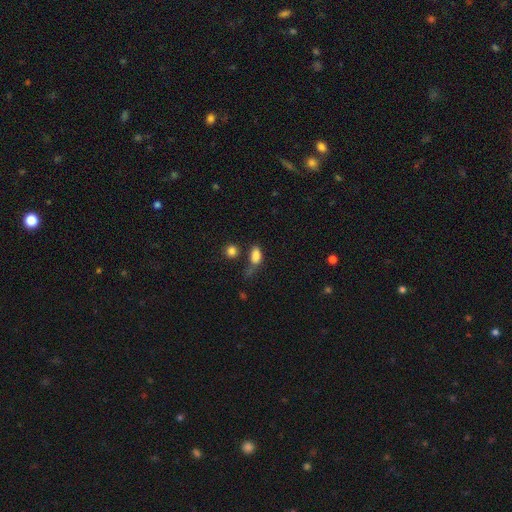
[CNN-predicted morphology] This is clearly a smooth galaxy (83%). How rounded: clearly in between (86%). Merging: possibly none (47%).